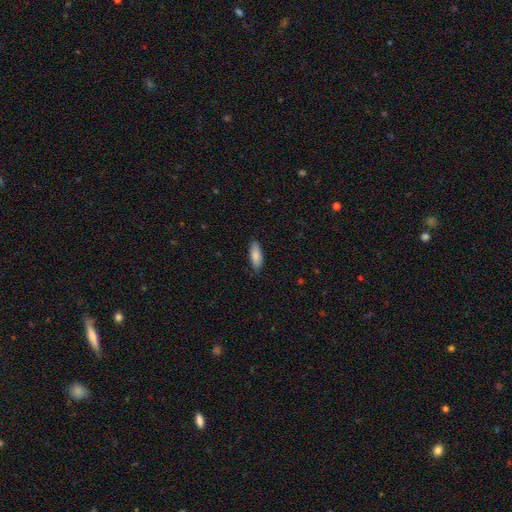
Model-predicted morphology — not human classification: Q: Smooth or featured?
A: smooth (87%); runner-up: featured or disk (7%)
Q: How rounded?
A: in between (67%); runner-up: cigar-shaped (31%)
Q: Merging?
A: none (85%); runner-up: minor disturbance (12%)